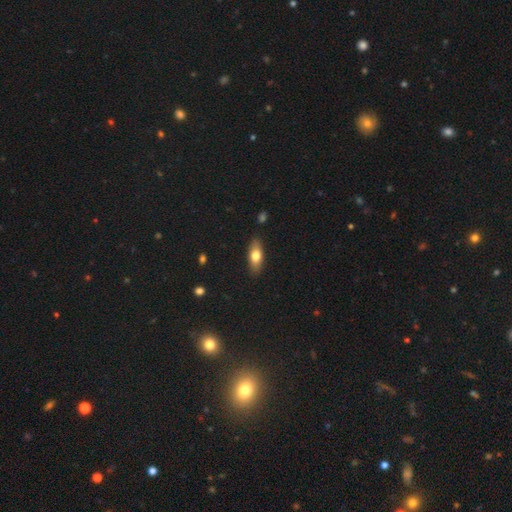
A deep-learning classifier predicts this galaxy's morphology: This is likely a smooth galaxy (69%). How rounded: likely in between (73%). Merging: clearly none (87%).